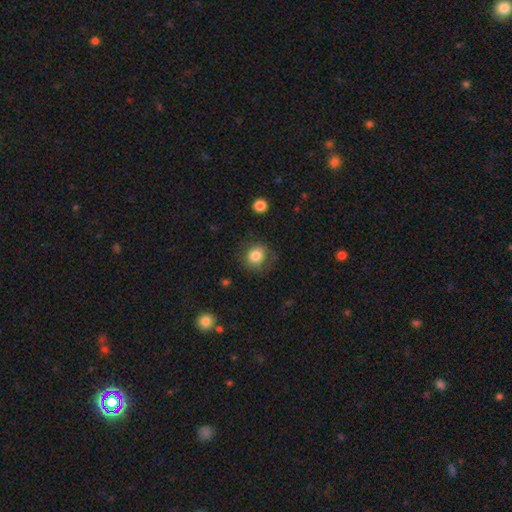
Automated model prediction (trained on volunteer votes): Smooth or featured? Predicted: smooth (p=0.82). How rounded? Predicted: round (p=0.77). Merging? Predicted: none (p=0.72).